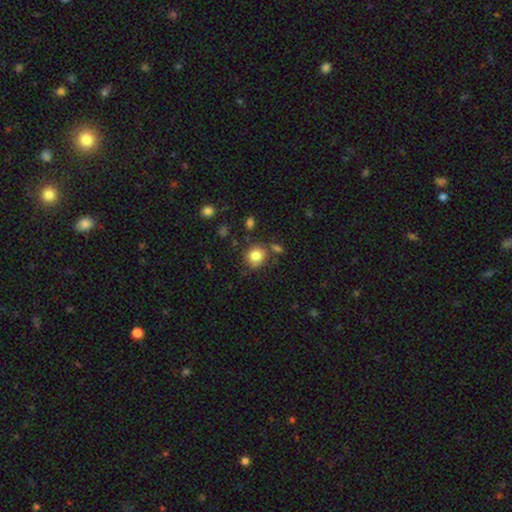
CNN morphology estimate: A smooth galaxy with no disk features (82%) that is round (78%).

Vote fractions:
- Smooth or featured? smooth: 82% / star or artifact: 10% / featured or disk: 8%
- How rounded? round: 78% / in between: 21% / cigar-shaped: 1%
- Merging? none: 74% / minor disturbance: 14% / merger: 8% / major disturbance: 4%